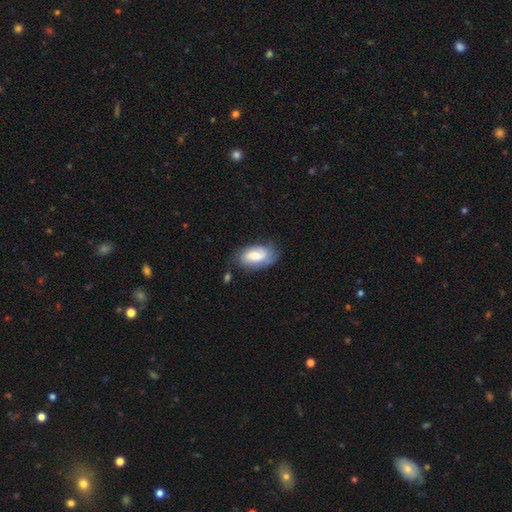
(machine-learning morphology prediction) smooth-or-featured: smooth: 60% | featured or disk: 33% | star or artifact: 7%
  how-rounded: in between: 93% | round: 4% | cigar-shaped: 3%
  merging: none: 61% | minor disturbance: 27% | major disturbance: 9% | merger: 3%